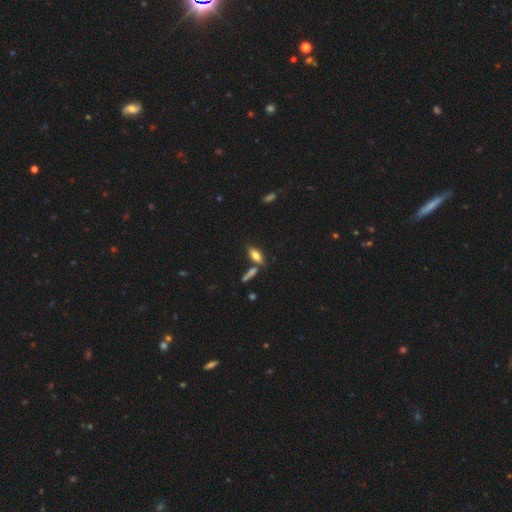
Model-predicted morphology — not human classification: The model was most divided on "merging": none: 67%, merger: 17%, minor disturbance: 12%, major disturbance: 4%. More confident: how rounded — in between (76%); smooth or featured — smooth (75%).